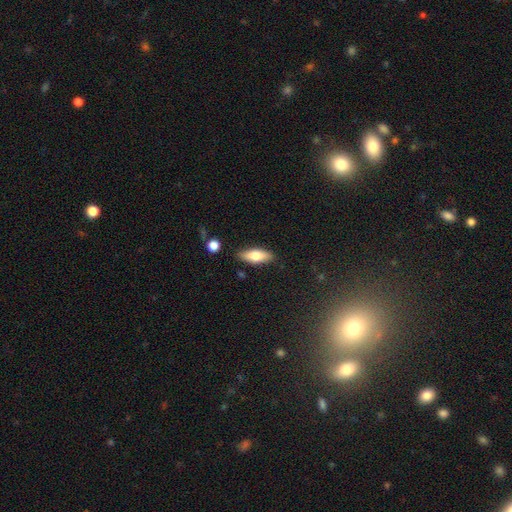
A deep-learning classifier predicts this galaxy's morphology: Smooth or featured? smooth (72%)
How rounded? in between (67%)
Merging? none (85%)